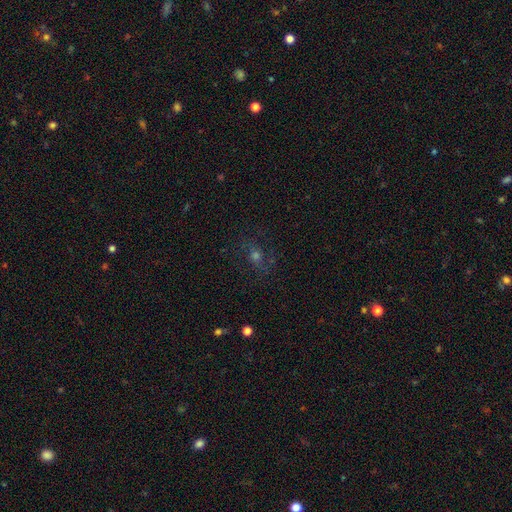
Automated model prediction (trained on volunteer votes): smooth_or_featured: featured or disk (p=0.41) [alt: star or artifact p=0.30]
merging: none (p=0.73) [alt: minor disturbance p=0.14]